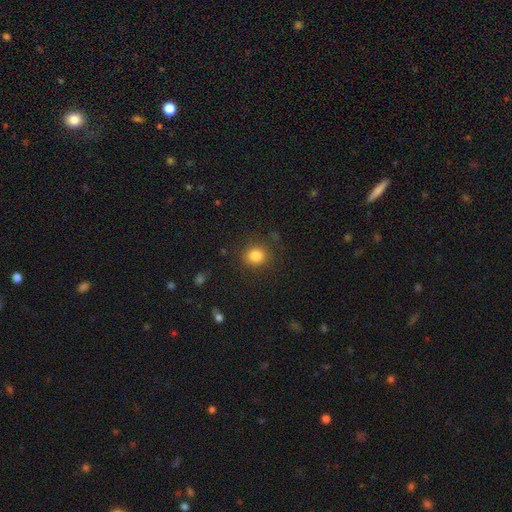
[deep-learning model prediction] A smooth galaxy with no disk features (83%) that is round (81%). Merging: none (86%).